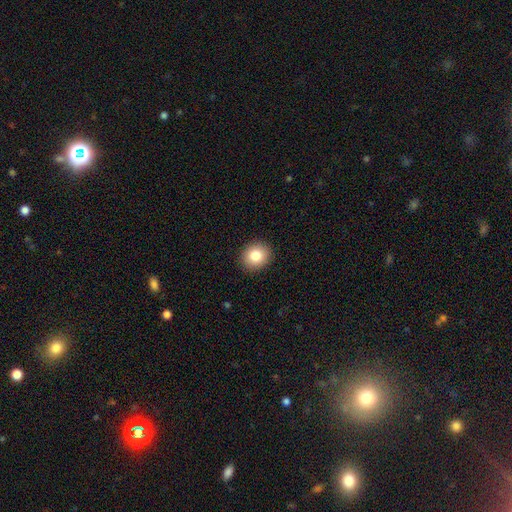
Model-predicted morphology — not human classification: This appears to be a smooth galaxy with no disk features (83%) that is round (75%). Merging: none (91%).